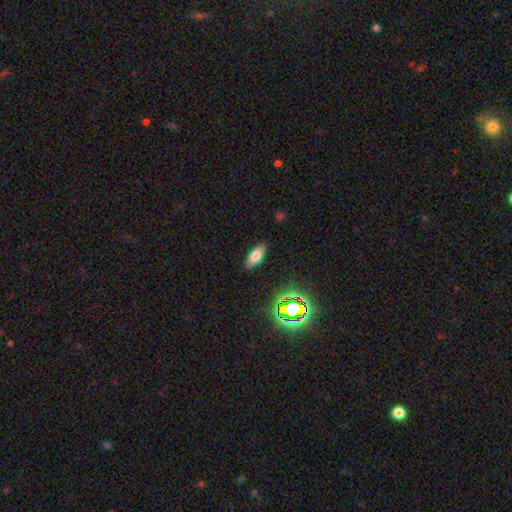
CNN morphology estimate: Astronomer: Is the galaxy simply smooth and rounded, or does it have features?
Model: smooth — 74%.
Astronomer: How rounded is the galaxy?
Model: in between — 81%.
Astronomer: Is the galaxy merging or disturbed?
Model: none — 88%.